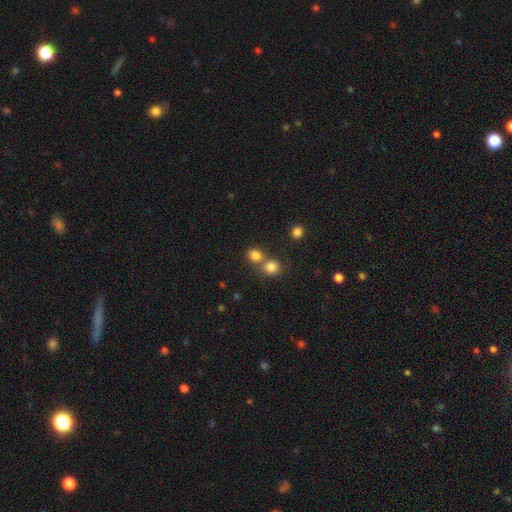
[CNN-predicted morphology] smooth 81%, star or artifact 13%, featured or disk 6%. Down the decision tree: how rounded — round (75%); merging — none (49%).